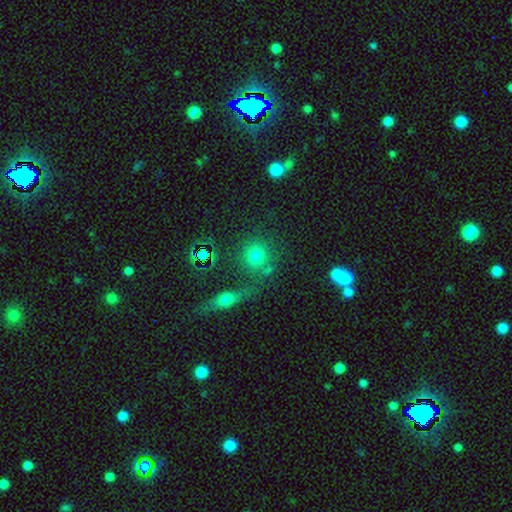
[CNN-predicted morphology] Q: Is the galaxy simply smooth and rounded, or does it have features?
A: smooth — 68%.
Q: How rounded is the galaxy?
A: round — 85%.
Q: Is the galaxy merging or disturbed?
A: none — 67%.